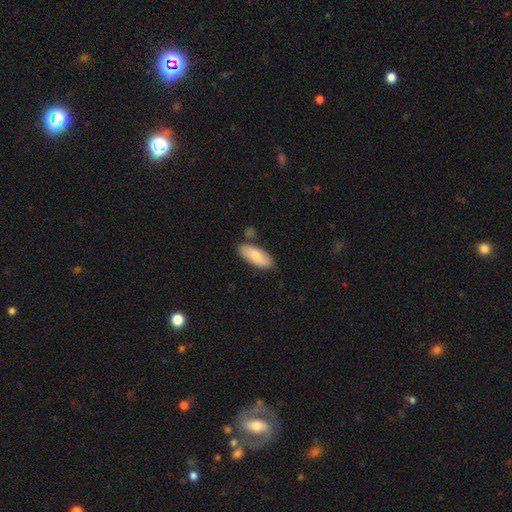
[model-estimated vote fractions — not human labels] Smooth or featured?
  - smooth: 78% *
  - featured or disk: 16%
  - star or artifact: 6%
How rounded?
  - in between: 78% *
  - cigar-shaped: 20%
  - round: 2%
Merging?
  - none: 74% *
  - minor disturbance: 15%
  - merger: 8%
  - major disturbance: 3%